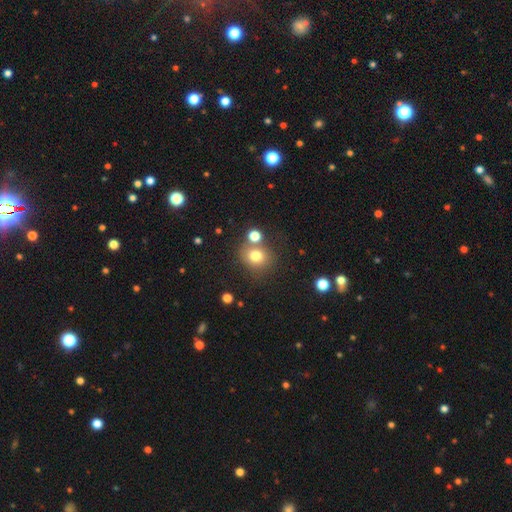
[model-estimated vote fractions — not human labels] This is likely a smooth galaxy (76%). How rounded: likely round (77%). Merging: likely none (66%).